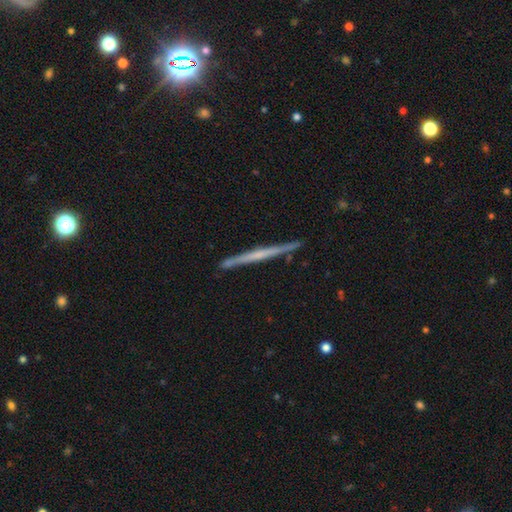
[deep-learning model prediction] This appears to be a featured or disk galaxy (67%) viewed edge-on (98%) with no central bulge (68%). Merging: none (90%).